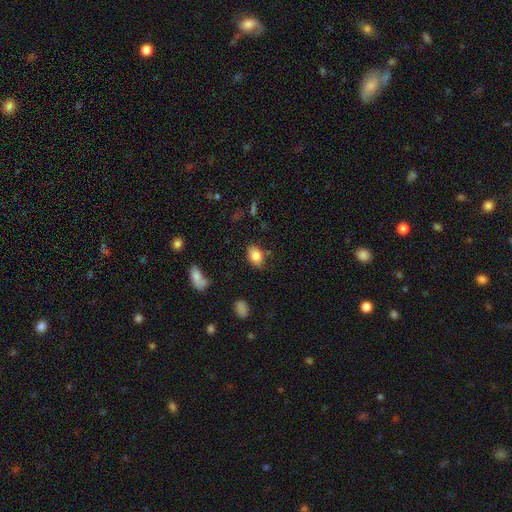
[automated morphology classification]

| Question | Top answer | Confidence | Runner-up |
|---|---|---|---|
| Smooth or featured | smooth | 83% | featured or disk (9%) |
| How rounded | in between | 77% | round (22%) |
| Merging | none | 78% | minor disturbance (16%) |